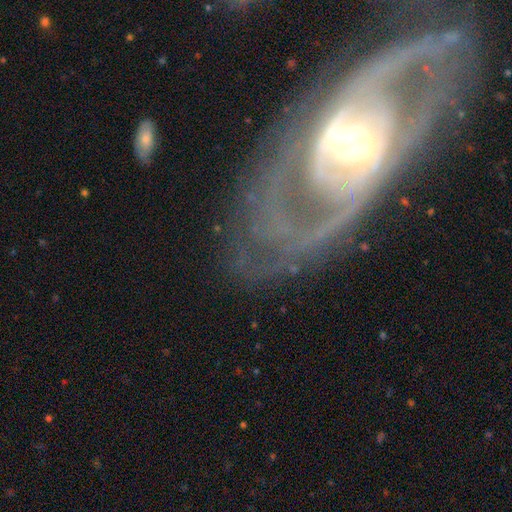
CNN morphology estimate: smooth_or_featured: featured or disk (p=0.86) [alt: smooth p=0.08]
disk_edge_on: no (p=0.92) [alt: yes p=0.08]
bar: strong (p=0.36) [alt: weak p=0.34]
has_spiral_arms: yes (p=0.83) [alt: no p=0.17]
spiral_winding: tight (p=0.42) [alt: medium p=0.40]
spiral_arm_count: 2 (p=0.59) [alt: can't tell p=0.21]
bulge_size: moderate (p=0.51) [alt: small p=0.35]
merging: none (p=0.68) [alt: major disturbance p=0.14]